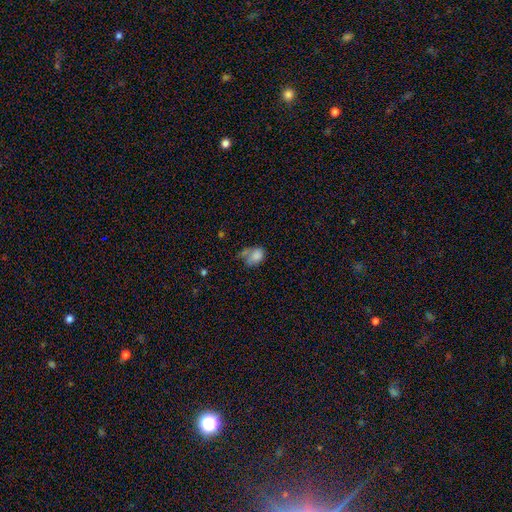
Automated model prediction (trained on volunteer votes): Smooth or featured? Predicted: smooth (p=0.78). How rounded? Predicted: in between (p=0.70). Merging? Predicted: none (p=0.34).